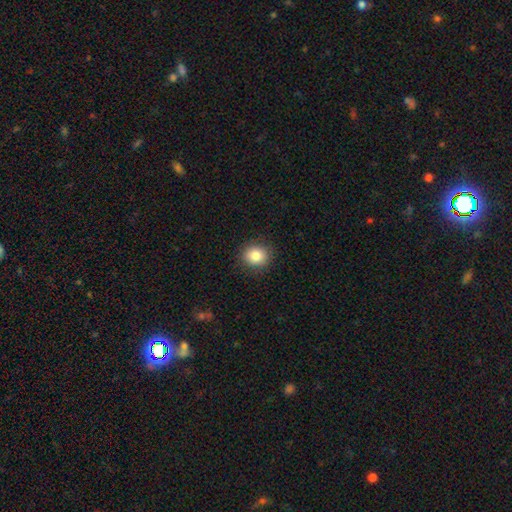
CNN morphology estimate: Q: Smooth or featured?
A: smooth (84%); runner-up: star or artifact (10%)
Q: How rounded?
A: round (80%); runner-up: in between (19%)
Q: Merging?
A: none (89%); runner-up: minor disturbance (7%)